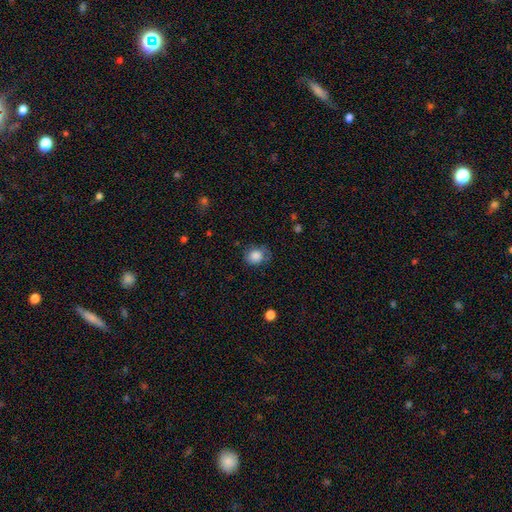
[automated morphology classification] smooth-or-featured: smooth: 84% | star or artifact: 9% | featured or disk: 8%
  how-rounded: round: 66% | in between: 33% | cigar-shaped: 1%
  merging: none: 63% | minor disturbance: 26% | major disturbance: 10% | merger: 2%